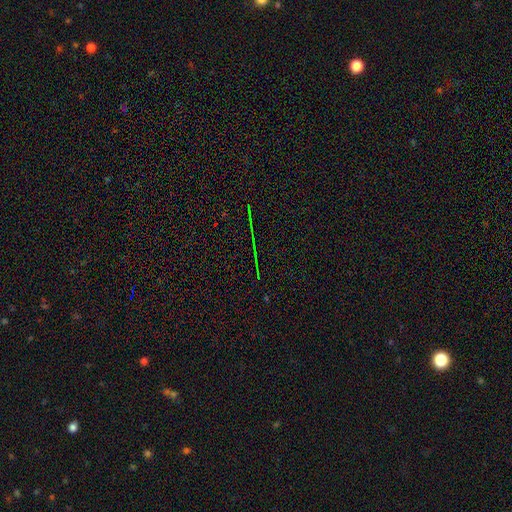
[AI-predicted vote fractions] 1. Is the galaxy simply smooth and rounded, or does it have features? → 79% star or artifact, 11% featured or disk, 9% smooth.